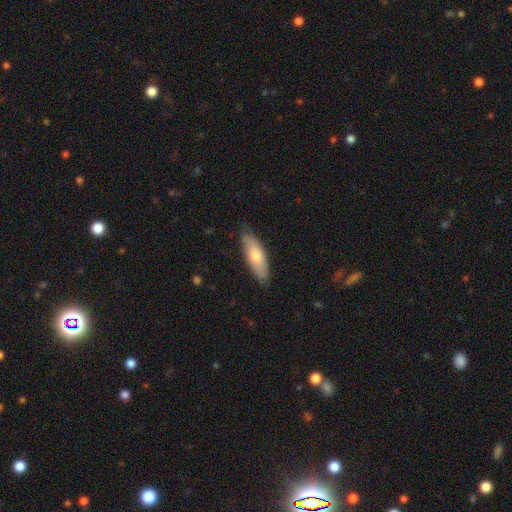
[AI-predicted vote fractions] Morphology: type=smooth (69%); roundness=in between (57%); merging=none (81%).